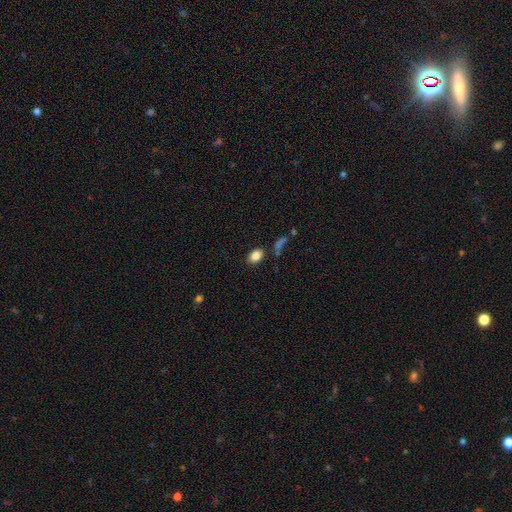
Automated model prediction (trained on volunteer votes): Q: Smooth or featured?
A: smooth (85%); runner-up: star or artifact (9%)
Q: How rounded?
A: in between (80%); runner-up: round (18%)
Q: Merging?
A: none (77%); runner-up: minor disturbance (12%)